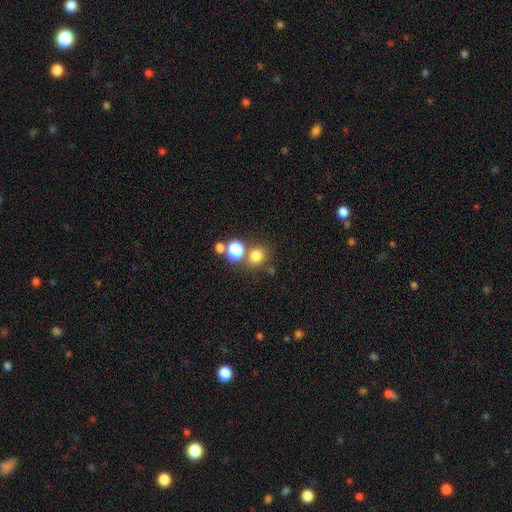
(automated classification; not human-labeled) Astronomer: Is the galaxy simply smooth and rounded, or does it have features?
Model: smooth — 75%.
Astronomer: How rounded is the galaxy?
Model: round — 79%.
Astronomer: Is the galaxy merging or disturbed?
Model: none — 68%.